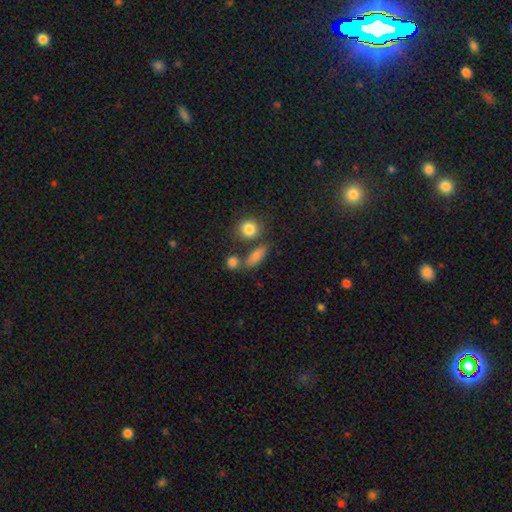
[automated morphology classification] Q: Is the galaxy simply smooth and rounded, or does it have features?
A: smooth — 76%.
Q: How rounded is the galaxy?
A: in between — 60%.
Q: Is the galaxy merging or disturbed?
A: none — 61%.